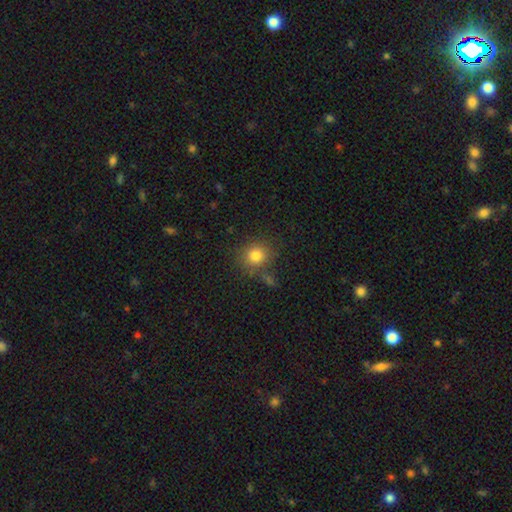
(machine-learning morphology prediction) smooth 80%, star or artifact 12%, featured or disk 7%. Down the decision tree: how rounded — round (83%); merging — none (76%).